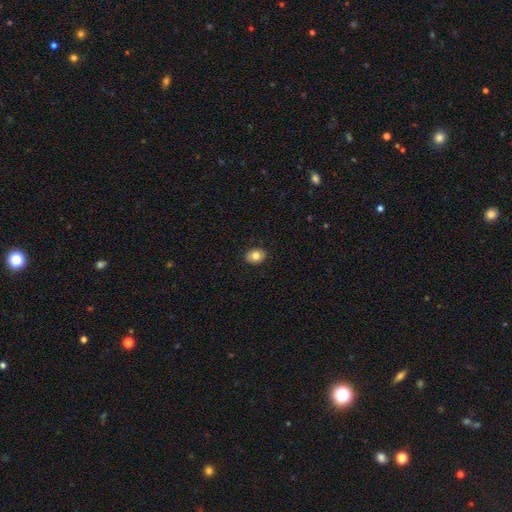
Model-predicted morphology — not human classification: Smooth or featured: smooth — 80% (featured or disk — 11%)
How rounded: in between — 56% (round — 43%)
Merging: none — 89% (minor disturbance — 8%)